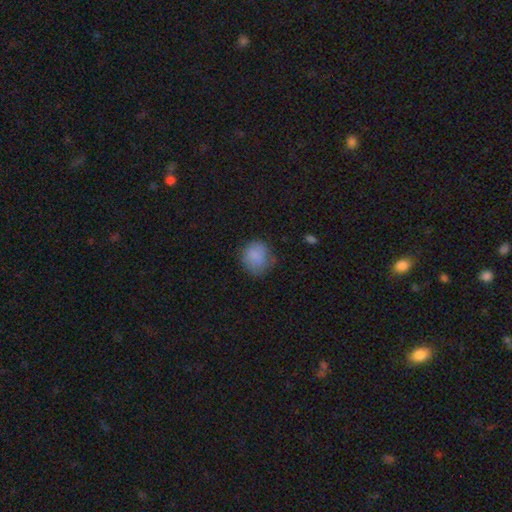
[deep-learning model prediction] The model was most divided on "merging": none: 64%, minor disturbance: 26%, major disturbance: 8%, merger: 2%. More confident: smooth or featured — smooth (83%); how rounded — round (75%).